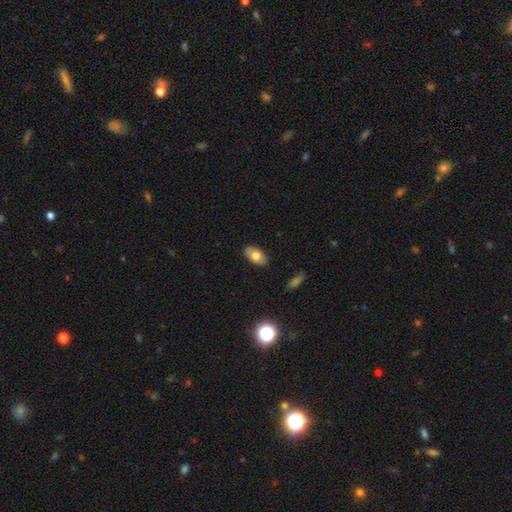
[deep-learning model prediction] This appears to be a smooth galaxy with no disk features (77%) that is in between round and cigar-shaped (93%). Merging: none (87%).